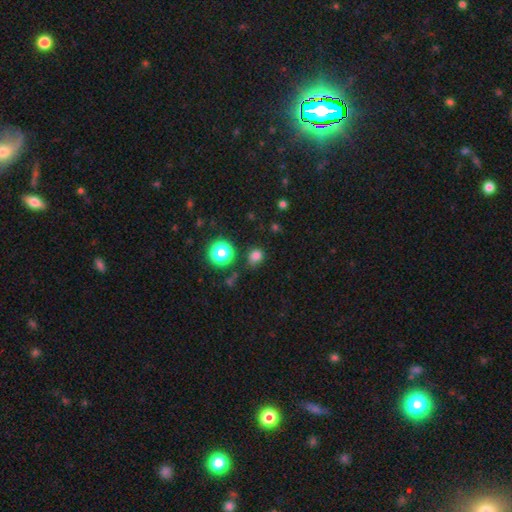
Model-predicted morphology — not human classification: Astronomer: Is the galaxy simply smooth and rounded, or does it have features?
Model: smooth — 75%.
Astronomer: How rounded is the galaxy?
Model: round — 69%.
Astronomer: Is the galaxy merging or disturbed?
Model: none — 72%.